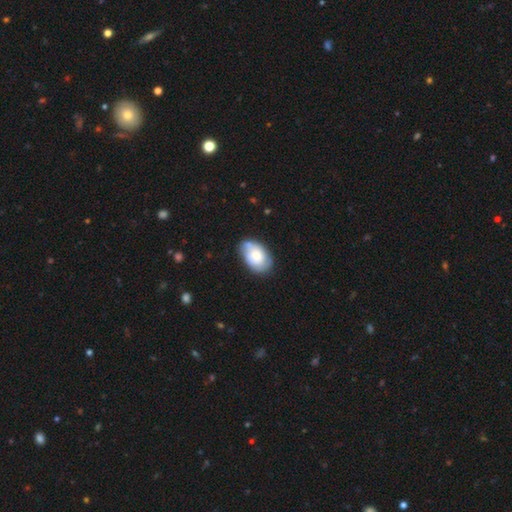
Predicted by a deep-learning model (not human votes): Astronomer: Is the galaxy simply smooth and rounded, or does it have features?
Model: smooth — 62%.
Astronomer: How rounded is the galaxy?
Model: in between — 87%.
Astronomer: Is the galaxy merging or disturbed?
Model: none — 62%.